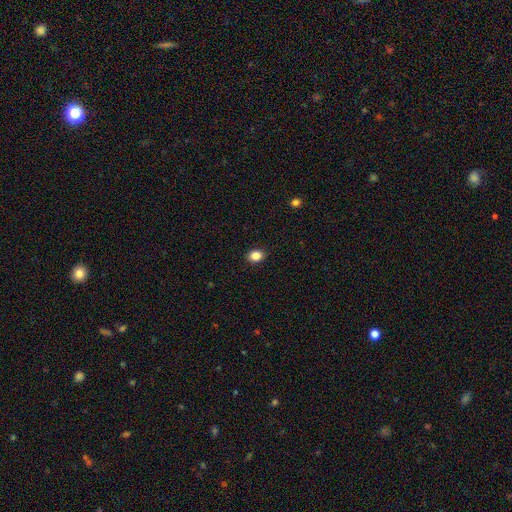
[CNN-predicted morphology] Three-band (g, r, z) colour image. It shows a smooth galaxy with no disk features (85%) that is in between round and cigar-shaped (54%). Merging: none (90%).